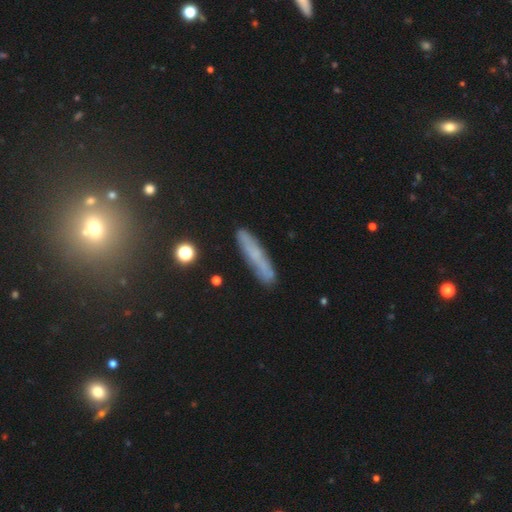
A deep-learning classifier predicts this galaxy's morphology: Smooth or featured? Predicted: smooth (p=0.55). How rounded? Predicted: cigar-shaped (p=0.90). Merging? Predicted: none (p=0.81).